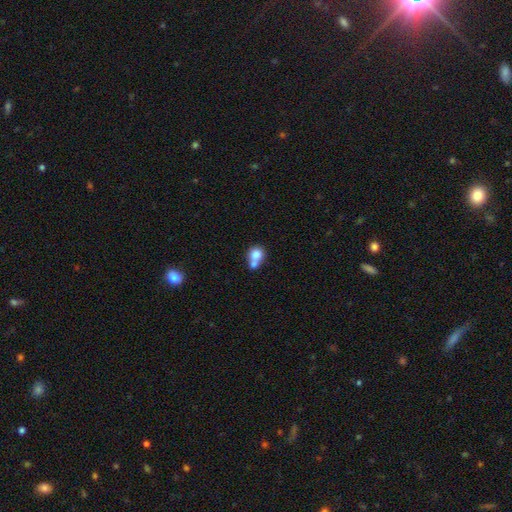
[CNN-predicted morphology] Smooth or featured: smooth — 78% (featured or disk — 13%)
How rounded: round — 76% (in between — 23%)
Merging: merger — 58% (none — 31%)